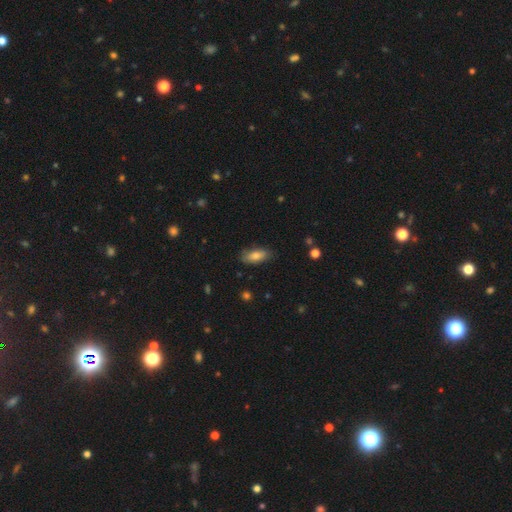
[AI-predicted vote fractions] Smooth or featured? Predicted: smooth (p=0.76). How rounded? Predicted: in between (p=0.79). Merging? Predicted: none (p=0.82).